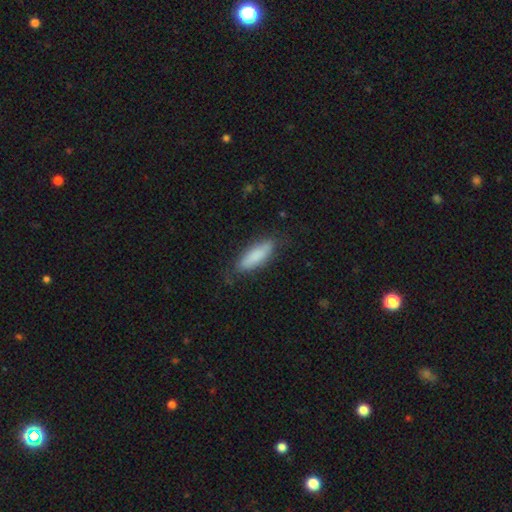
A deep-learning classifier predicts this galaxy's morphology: smooth 81%, featured or disk 13%, star or artifact 6%. Down the decision tree: how rounded — in between (52%); merging — none (74%).